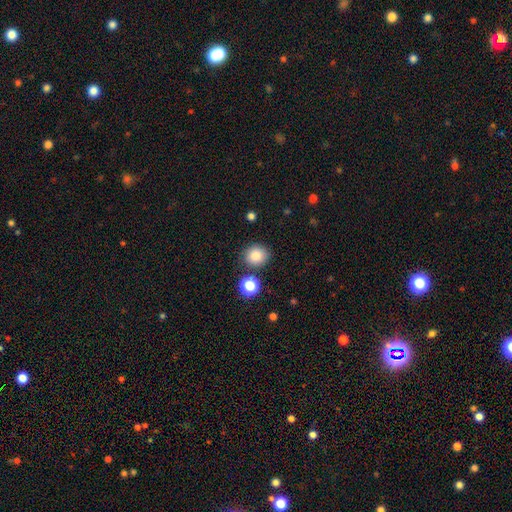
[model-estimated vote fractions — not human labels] Smooth or featured? smooth (83%)
How rounded? round (79%)
Merging? none (82%)